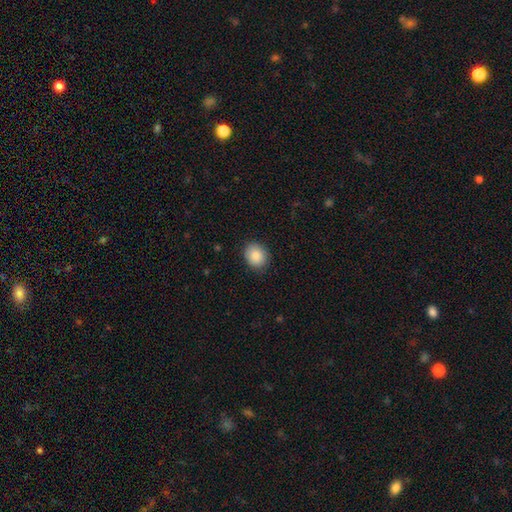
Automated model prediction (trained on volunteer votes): Overall: smooth (86%). How rounded: round (64%; in between 36%). Merging: none (87%).